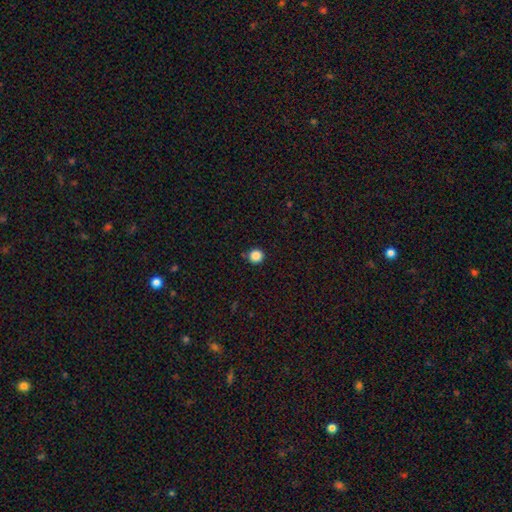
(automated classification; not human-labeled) smooth 86%, star or artifact 11%, featured or disk 3%. Down the decision tree: how rounded — round (95%); merging — none (89%).